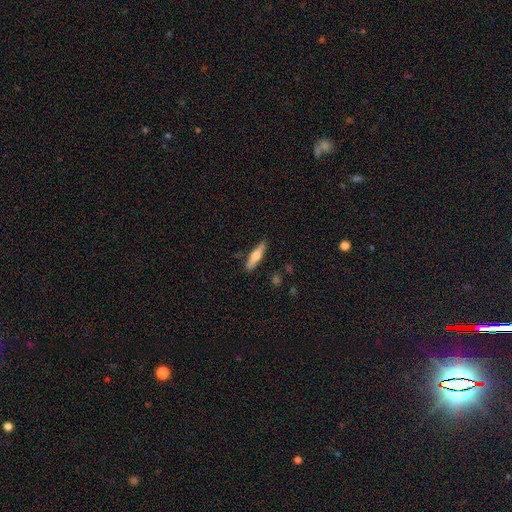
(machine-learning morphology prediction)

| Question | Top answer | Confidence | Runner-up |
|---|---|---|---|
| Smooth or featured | smooth | 54% | featured or disk (40%) |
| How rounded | cigar-shaped | 73% | in between (25%) |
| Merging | none | 85% | minor disturbance (11%) |